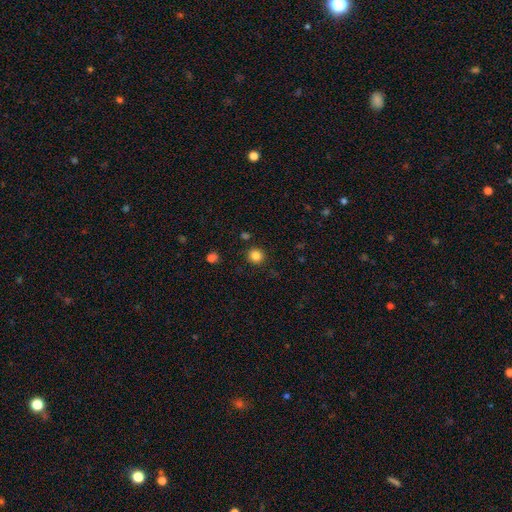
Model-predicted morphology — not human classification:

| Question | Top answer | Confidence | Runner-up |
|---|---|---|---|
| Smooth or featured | smooth | 84% | star or artifact (12%) |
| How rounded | round | 92% | in between (8%) |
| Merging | none | 89% | minor disturbance (6%) |